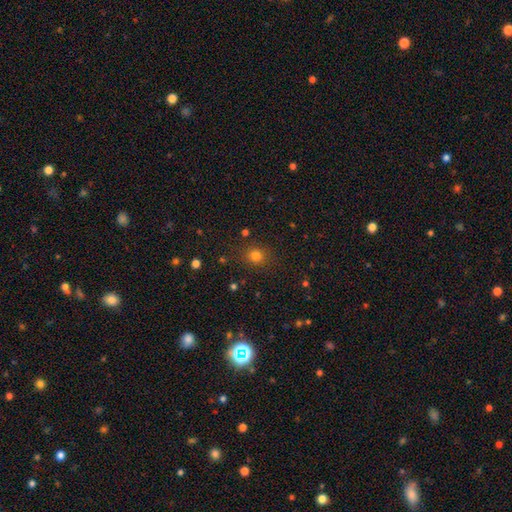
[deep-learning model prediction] The model was most divided on "smooth or featured": smooth: 79%, star or artifact: 16%, featured or disk: 6%. More confident: merging — none (86%); how rounded — round (82%).